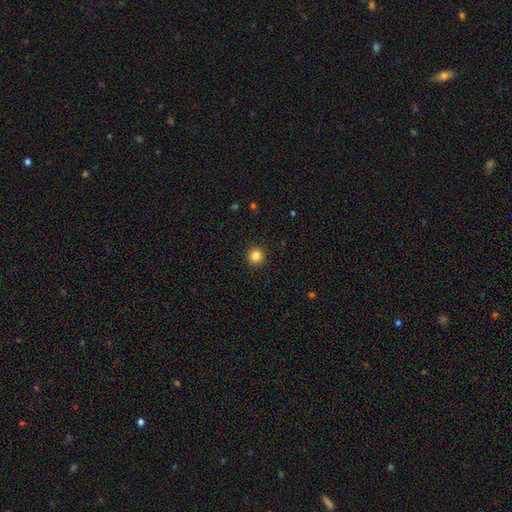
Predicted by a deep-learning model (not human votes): Morphology: type=smooth (84%); roundness=round (95%); merging=none (93%).